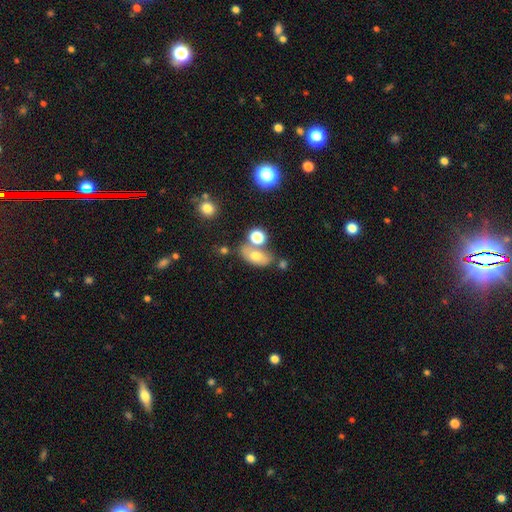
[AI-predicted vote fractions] The model was most divided on "merging": none: 53%, merger: 24%, minor disturbance: 16%, major disturbance: 7%. More confident: how rounded — in between (81%); smooth or featured — smooth (64%).